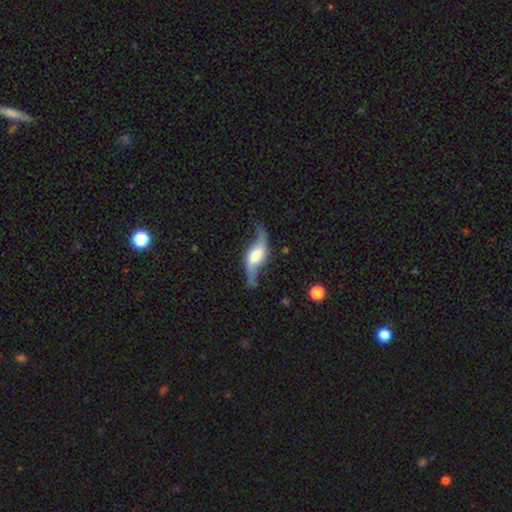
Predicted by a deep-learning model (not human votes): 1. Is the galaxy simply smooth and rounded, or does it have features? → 81% featured or disk, 13% smooth, 6% star or artifact.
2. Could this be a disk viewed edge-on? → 82% no, 18% yes.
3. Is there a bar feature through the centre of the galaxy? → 40% weak, 30% no, 30% strong.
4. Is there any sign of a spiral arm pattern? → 92% yes, 8% no.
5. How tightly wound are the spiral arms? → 91% loose, 7% medium, 2% tight.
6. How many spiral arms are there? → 93% 2, 2% 1, 2% can't tell, 1% 3, 1% 4, 1% more than 4.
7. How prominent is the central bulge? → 32% large, 31% moderate, 16% small, 12% none, 9% dominant.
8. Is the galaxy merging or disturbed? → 63% none, 21% minor disturbance, 13% major disturbance, 4% merger.